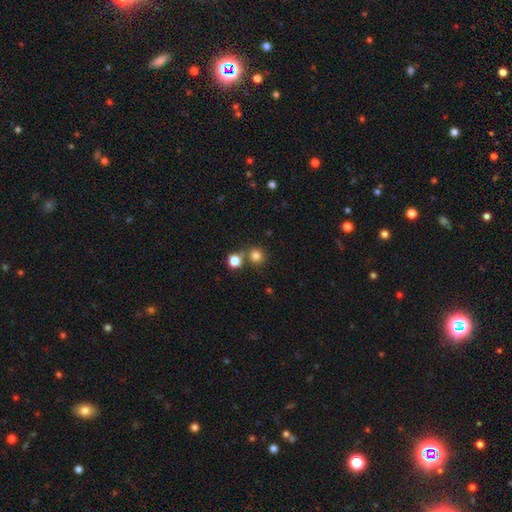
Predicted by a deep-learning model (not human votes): A smooth galaxy with no disk features (80%) that is round (90%). Merging: none (69%).